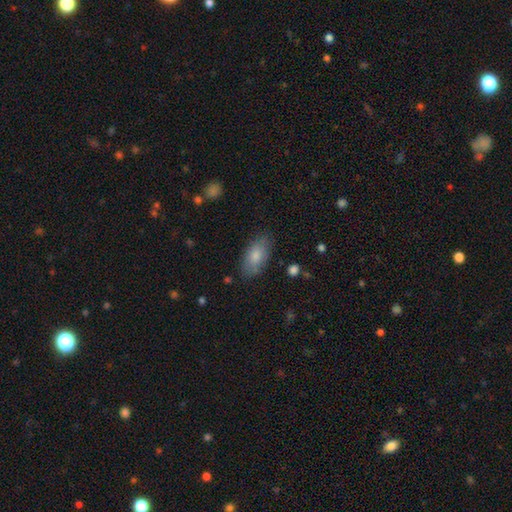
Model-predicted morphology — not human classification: Overall: smooth (81%). How rounded: in between (92%). Merging: none (80%).